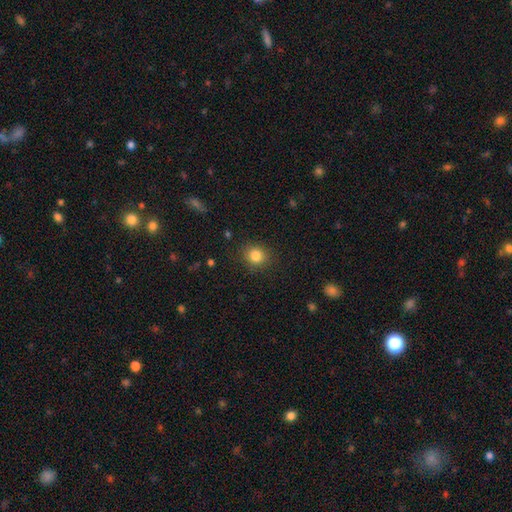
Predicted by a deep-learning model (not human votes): smooth 83%, star or artifact 11%, featured or disk 5%. Down the decision tree: how rounded — round (77%); merging — none (86%).